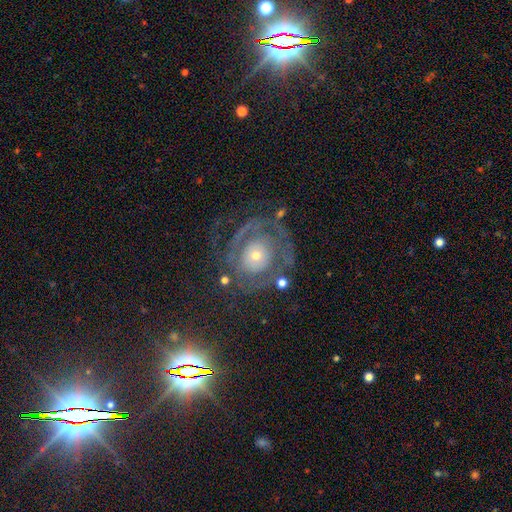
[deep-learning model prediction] A featured or disk galaxy (72%) with no bar (85%), spiral arms (66%) and a small central bulge (60%). Merging: none (65%).